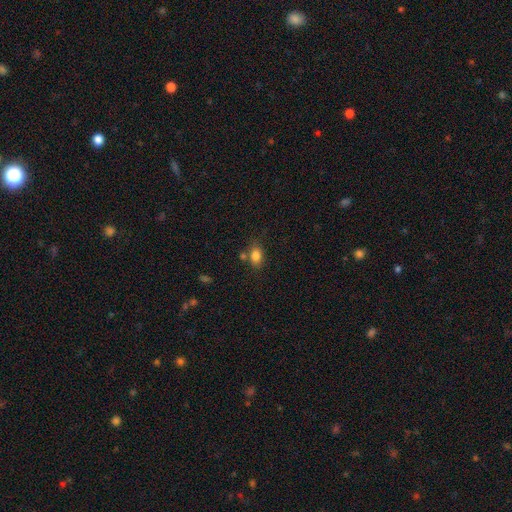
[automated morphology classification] smooth_or_featured: smooth (p=0.83) [alt: star or artifact p=0.10]
how_rounded: in between (p=0.77) [alt: round p=0.21]
merging: none (p=0.67) [alt: minor disturbance p=0.15]